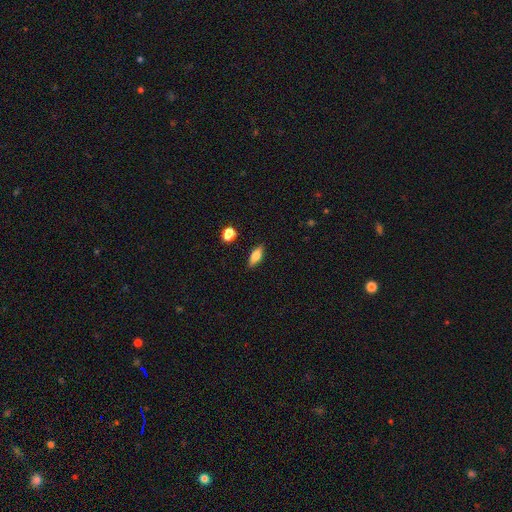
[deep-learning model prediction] smooth 67%, featured or disk 25%, star or artifact 8%. Down the decision tree: how rounded — in between (74%); merging — none (87%).